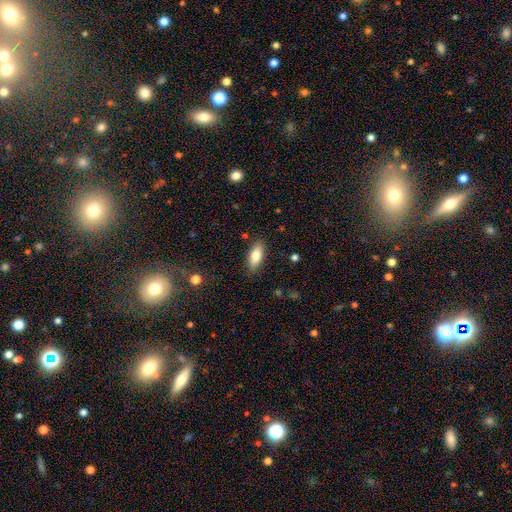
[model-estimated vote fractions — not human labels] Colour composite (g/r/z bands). It shows a smooth galaxy with no disk features (79%) that is in between round and cigar-shaped (78%). Merging: none (85%).